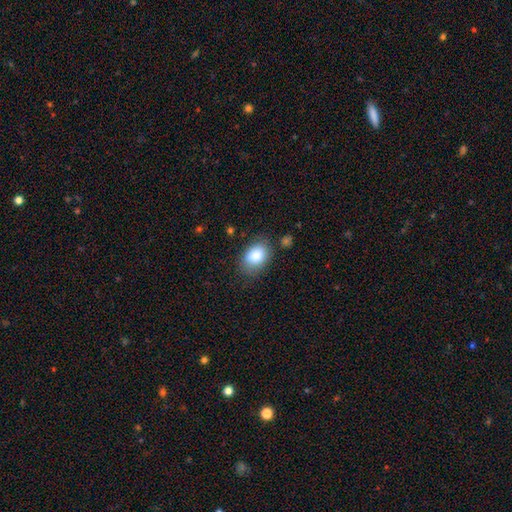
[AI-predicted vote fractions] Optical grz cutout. It shows a smooth galaxy with no disk features (85%) that is in between round and cigar-shaped (84%). Merging: none (75%).